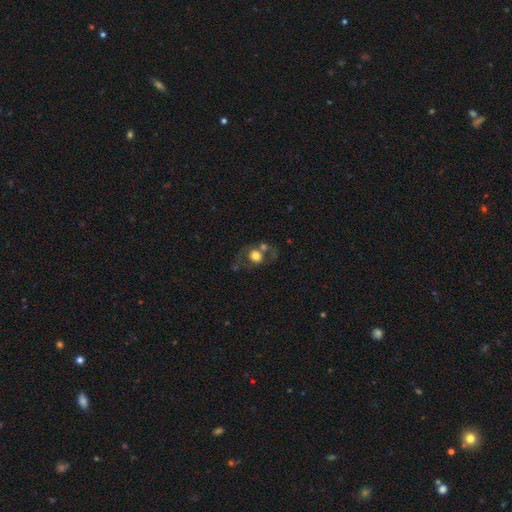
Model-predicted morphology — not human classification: type=smooth (51%); roundness=round (64%); merging=none (41%).